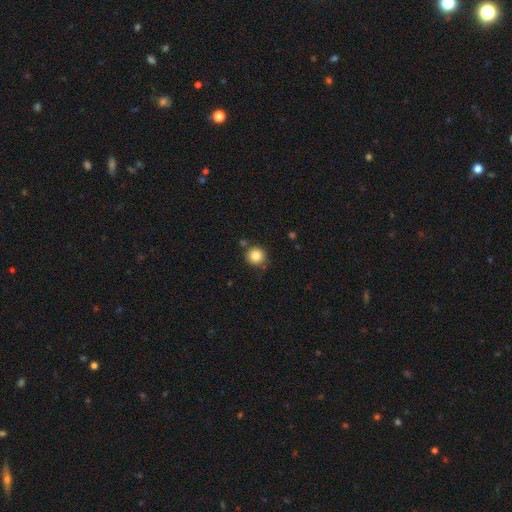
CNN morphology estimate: Smooth or featured: smooth — 83% (star or artifact — 11%)
How rounded: round — 94% (in between — 5%)
Merging: none — 79% (minor disturbance — 11%)